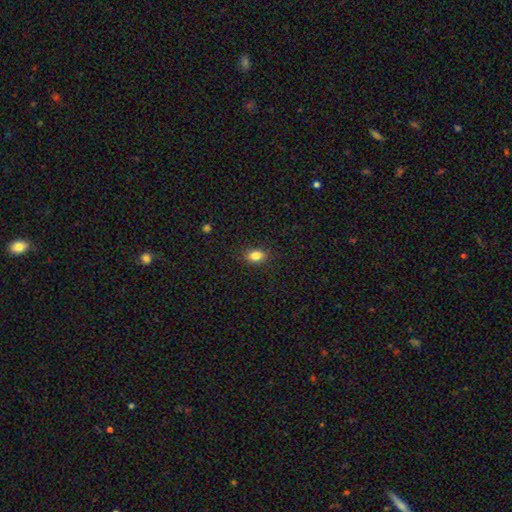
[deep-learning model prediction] Smooth or featured? Predicted: smooth (p=0.85). How rounded? Predicted: in between (p=0.78). Merging? Predicted: none (p=0.88).